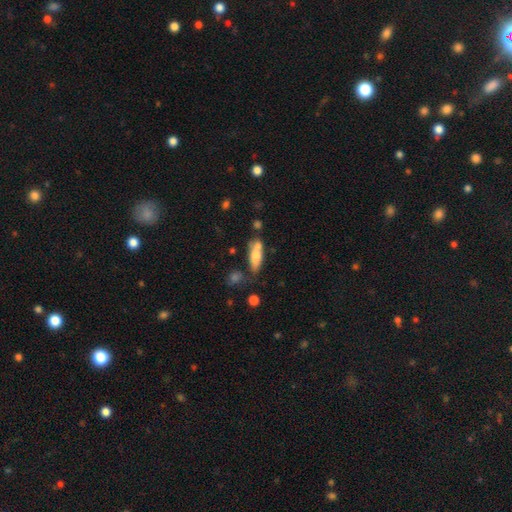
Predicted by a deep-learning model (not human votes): smooth-or-featured: smooth: 71% | featured or disk: 22% | star or artifact: 7%
  how-rounded: in between: 58% | cigar-shaped: 40% | round: 3%
  merging: none: 50% | merger: 24% | minor disturbance: 19% | major disturbance: 7%